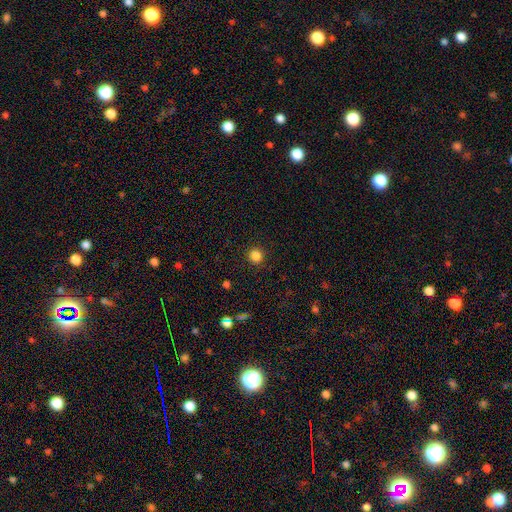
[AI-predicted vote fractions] Overall: smooth (84%). How rounded: round (95%). Merging: none (92%).